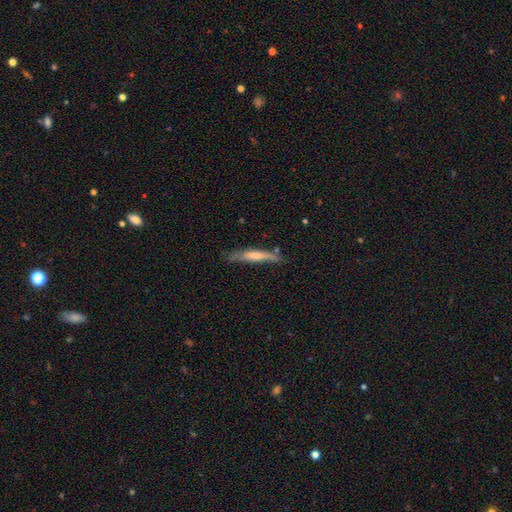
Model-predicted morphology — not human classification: Smooth or featured? smooth (59%)
How rounded? cigar-shaped (90%)
Merging? none (66%)